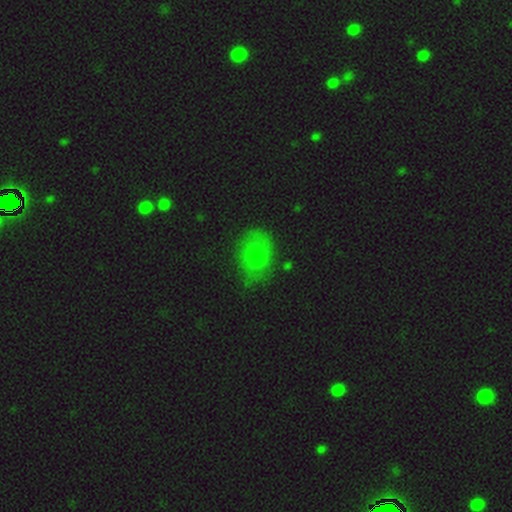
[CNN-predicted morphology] smooth 61%, featured or disk 25%, star or artifact 13%. Down the decision tree: how rounded — in between (57%); merging — none (65%).